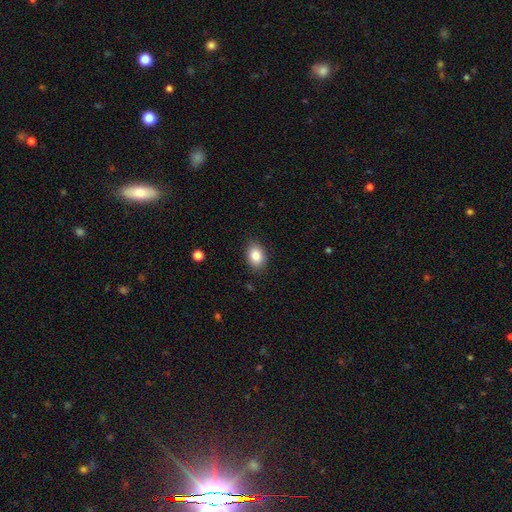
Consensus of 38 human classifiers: Morphology: type=smooth (92%); roundness=in between (66%); merging=none (86%).